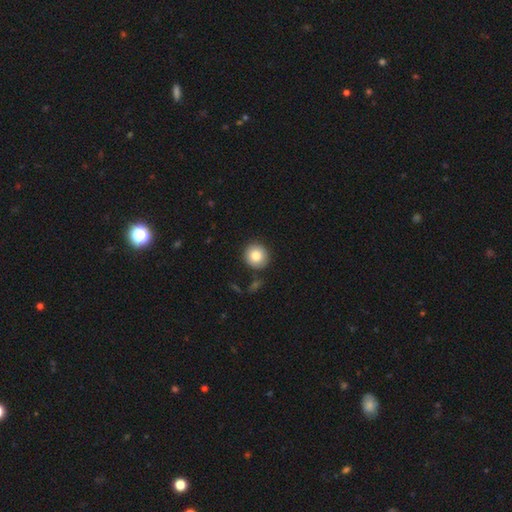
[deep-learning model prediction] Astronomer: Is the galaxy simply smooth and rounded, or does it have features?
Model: smooth — 82%.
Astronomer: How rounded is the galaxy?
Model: round — 91%.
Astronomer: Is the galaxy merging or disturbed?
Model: none — 87%.